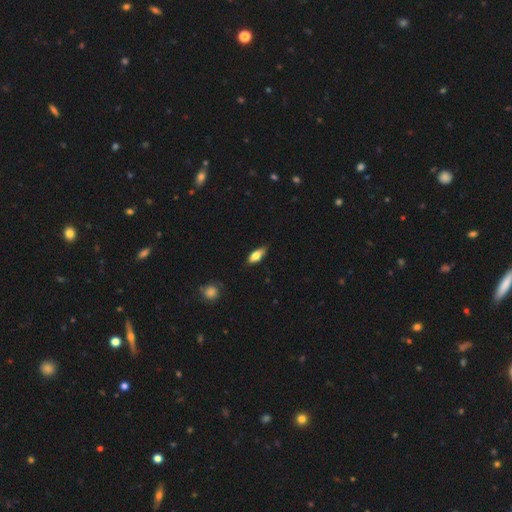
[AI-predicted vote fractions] This is likely a smooth galaxy (75%). How rounded: likely in between (80%). Merging: likely none (77%).